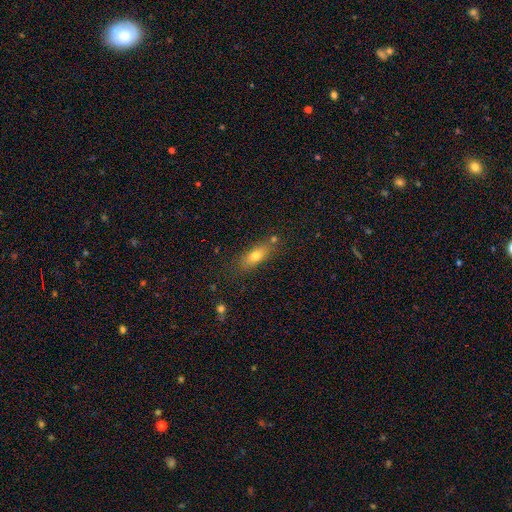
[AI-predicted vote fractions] smooth-or-featured: smooth: 73% | featured or disk: 17% | star or artifact: 9%
  how-rounded: in between: 69% | cigar-shaped: 26% | round: 5%
  merging: none: 70% | minor disturbance: 17% | merger: 8% | major disturbance: 5%